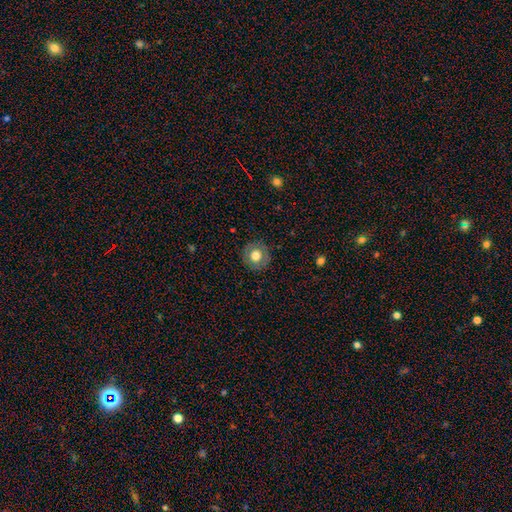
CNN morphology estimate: type=smooth (69%); roundness=round (92%); merging=none (87%).